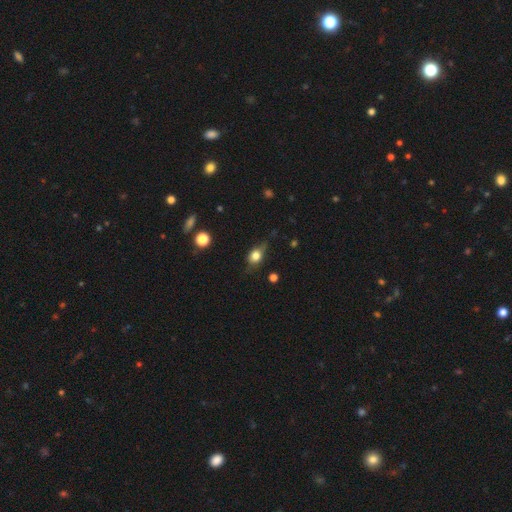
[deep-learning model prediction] Smooth or featured? Predicted: smooth (p=0.70). How rounded? Predicted: in between (p=0.59). Merging? Predicted: none (p=0.63).